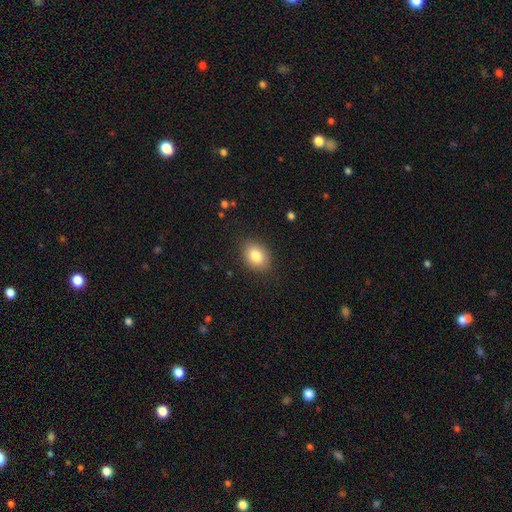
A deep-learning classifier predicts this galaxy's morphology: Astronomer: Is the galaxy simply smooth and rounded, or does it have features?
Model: smooth — 84%.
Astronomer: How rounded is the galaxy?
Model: in between — 72%.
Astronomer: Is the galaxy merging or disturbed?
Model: none — 84%.